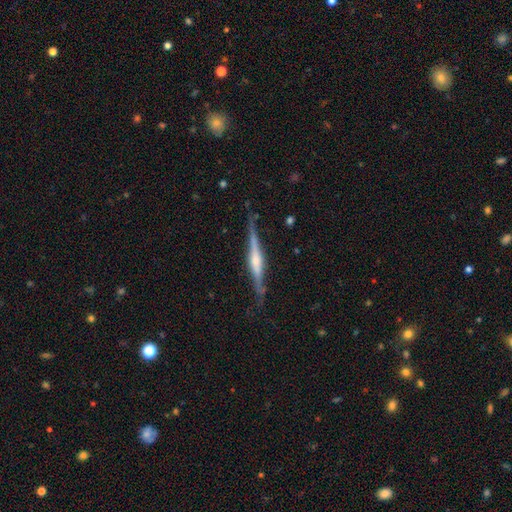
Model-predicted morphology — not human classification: Smooth or featured? featured or disk (79%)
Edge-on disk? yes (98%)
Edge-on bulge? rounded (63%)
Merging? none (83%)